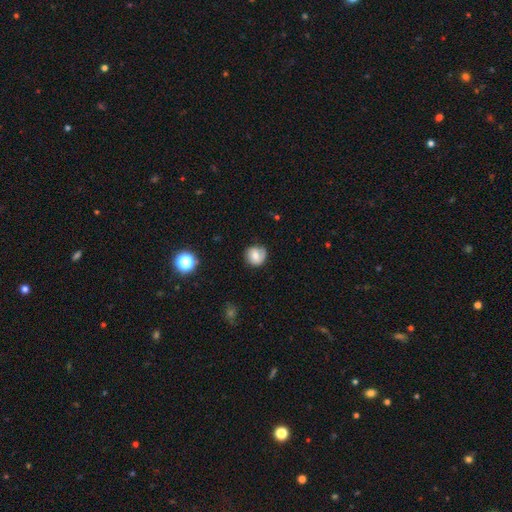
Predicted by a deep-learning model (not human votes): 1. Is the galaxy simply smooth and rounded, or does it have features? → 65% smooth, 26% featured or disk, 9% star or artifact.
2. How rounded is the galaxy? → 88% round, 11% in between, 1% cigar-shaped.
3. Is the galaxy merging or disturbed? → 77% none, 17% minor disturbance, 4% major disturbance, 1% merger.